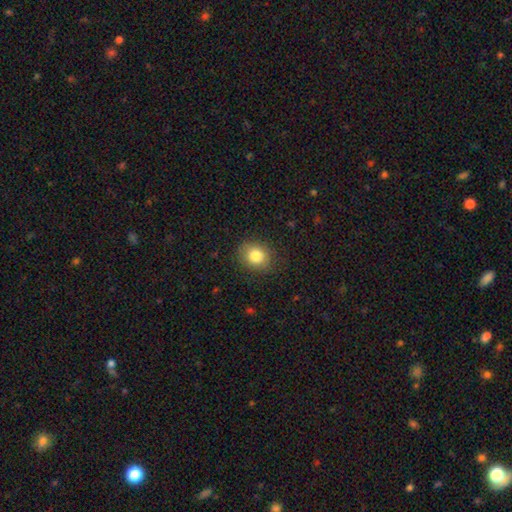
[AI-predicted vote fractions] smooth-or-featured: smooth: 82% | star or artifact: 10% | featured or disk: 8%
  how-rounded: round: 65% | in between: 34% | cigar-shaped: 1%
  merging: none: 86% | minor disturbance: 10% | major disturbance: 3% | merger: 1%